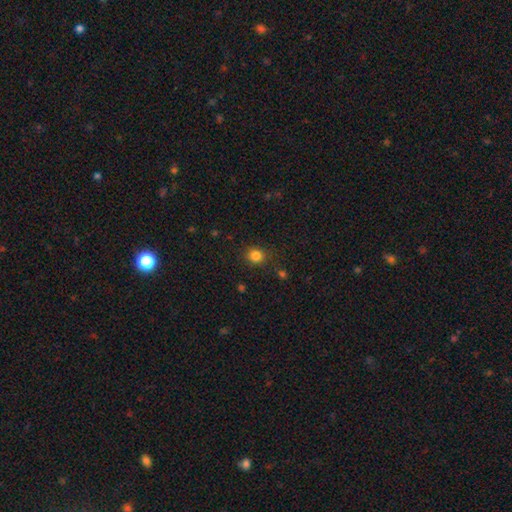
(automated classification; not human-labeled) smooth 83%, star or artifact 13%, featured or disk 4%. Down the decision tree: how rounded — round (82%); merging — none (86%).